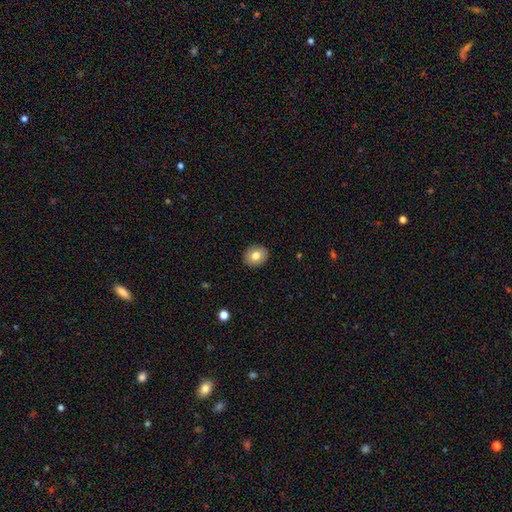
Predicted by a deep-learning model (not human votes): Smooth or featured?
  - smooth: 77% *
  - featured or disk: 14%
  - star or artifact: 8%
How rounded?
  - round: 67% *
  - in between: 32%
  - cigar-shaped: 1%
Merging?
  - none: 91% *
  - minor disturbance: 7%
  - major disturbance: 2%
  - merger: 1%